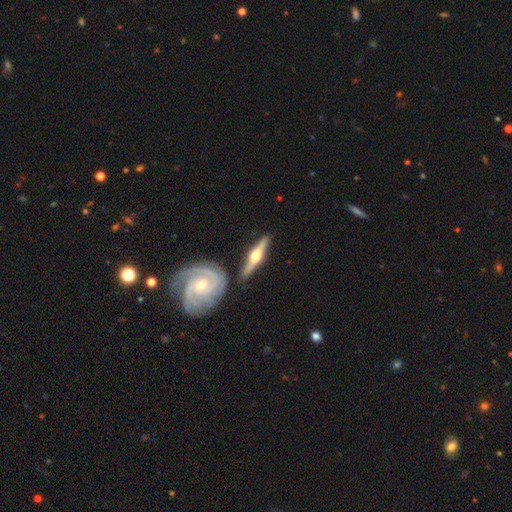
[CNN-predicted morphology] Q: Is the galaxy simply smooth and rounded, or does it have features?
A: featured or disk — 79%.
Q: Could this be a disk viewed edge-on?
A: yes — 92%.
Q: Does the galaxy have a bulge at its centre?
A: rounded — 96%.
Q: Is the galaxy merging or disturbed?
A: none — 80%.